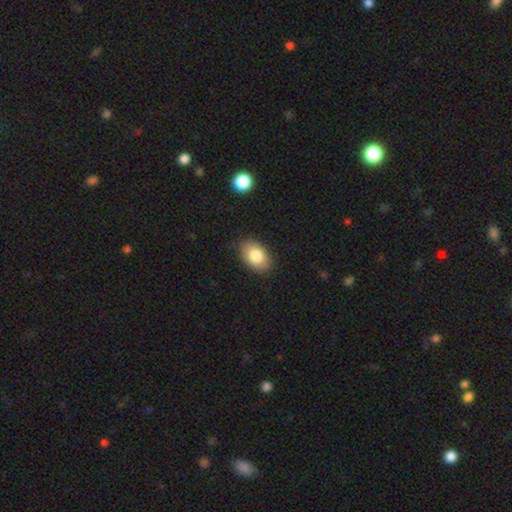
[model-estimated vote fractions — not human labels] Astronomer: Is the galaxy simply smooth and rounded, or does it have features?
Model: smooth — 83%.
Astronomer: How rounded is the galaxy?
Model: in between — 87%.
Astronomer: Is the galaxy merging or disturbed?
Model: none — 86%.